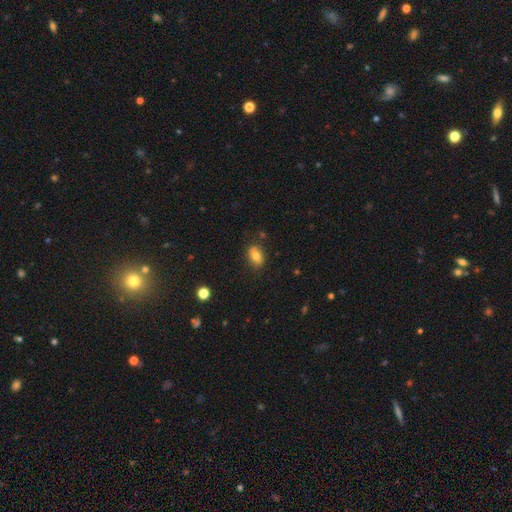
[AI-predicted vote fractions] smooth 77%, featured or disk 13%, star or artifact 9%. Down the decision tree: how rounded — in between (85%); merging — none (82%).